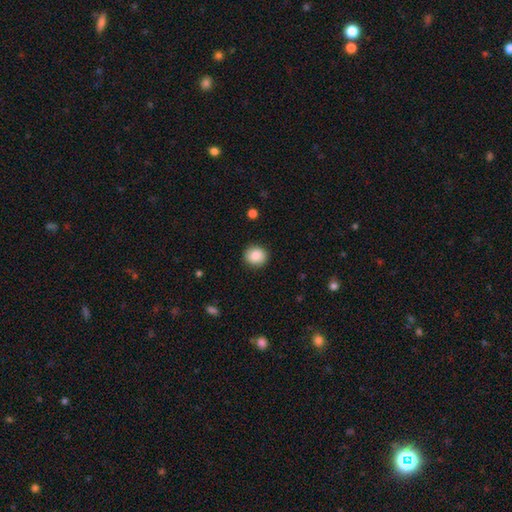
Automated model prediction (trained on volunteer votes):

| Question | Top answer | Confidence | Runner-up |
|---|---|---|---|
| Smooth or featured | smooth | 87% | star or artifact (8%) |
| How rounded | round | 84% | in between (15%) |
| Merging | none | 90% | minor disturbance (7%) |